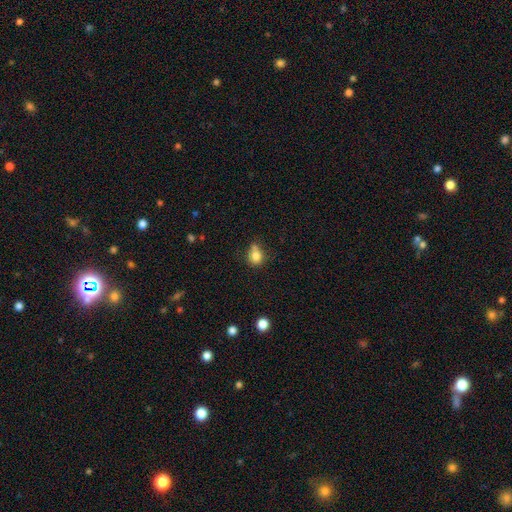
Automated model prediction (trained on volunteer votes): This is likely a smooth galaxy (80%). How rounded: likely round (69%). Merging: possibly none (50%).